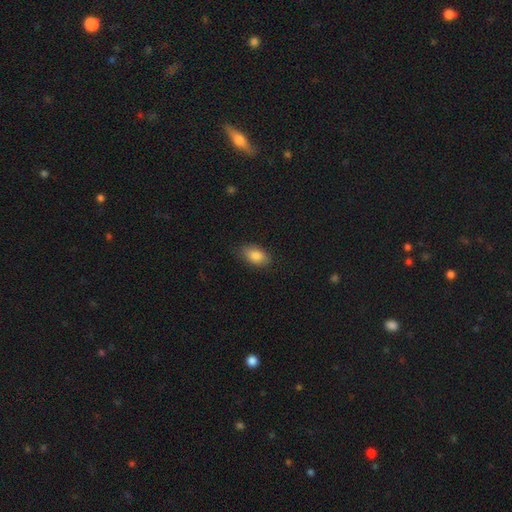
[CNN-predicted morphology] smooth_or_featured: smooth (p=0.86) [alt: star or artifact p=0.07]
how_rounded: in between (p=0.91) [alt: round p=0.06]
merging: none (p=0.80) [alt: minor disturbance p=0.15]